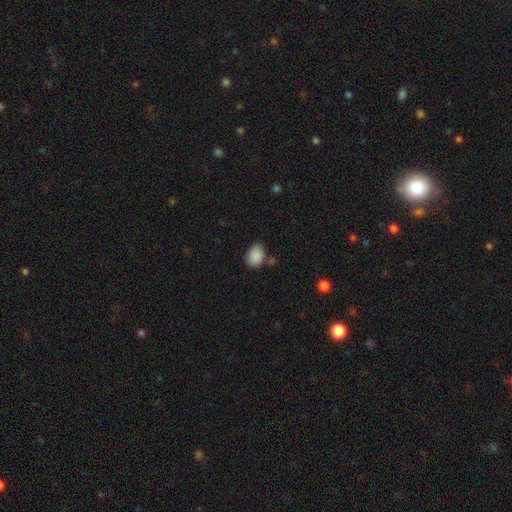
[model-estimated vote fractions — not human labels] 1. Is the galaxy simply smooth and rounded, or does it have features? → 88% smooth, 8% star or artifact, 4% featured or disk.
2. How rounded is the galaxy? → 70% in between, 29% round, 1% cigar-shaped.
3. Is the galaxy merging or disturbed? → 67% none, 21% minor disturbance, 7% merger, 4% major disturbance.